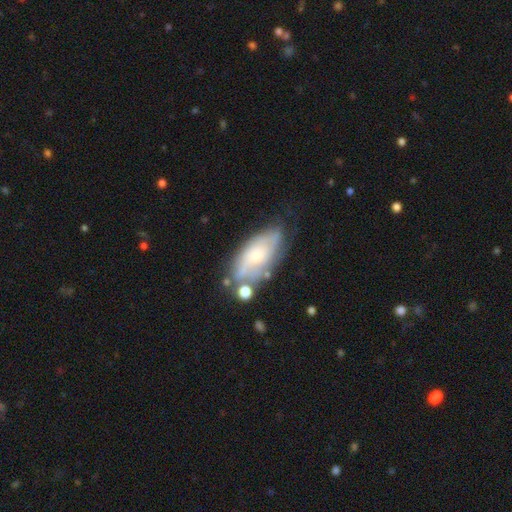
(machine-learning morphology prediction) featured or disk 55%, smooth 37%, star or artifact 8%. Down the decision tree: edge-on disk — no (86%); merging — none (54%).